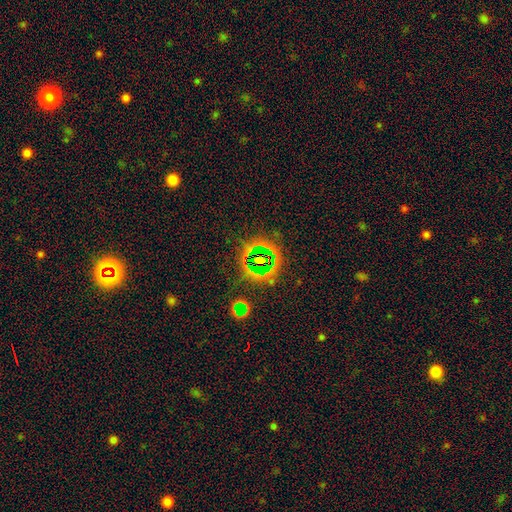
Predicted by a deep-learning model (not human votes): smooth_or_featured: star or artifact (p=0.74) [alt: smooth p=0.16]